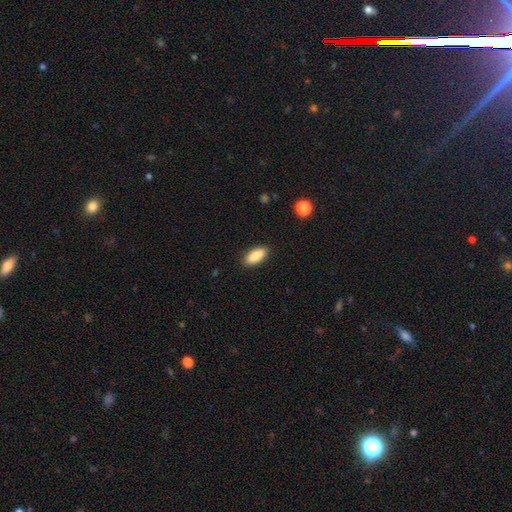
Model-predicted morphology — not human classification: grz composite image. It shows a smooth galaxy with no disk features (88%) that is in between round and cigar-shaped (83%). Merging: none (88%).